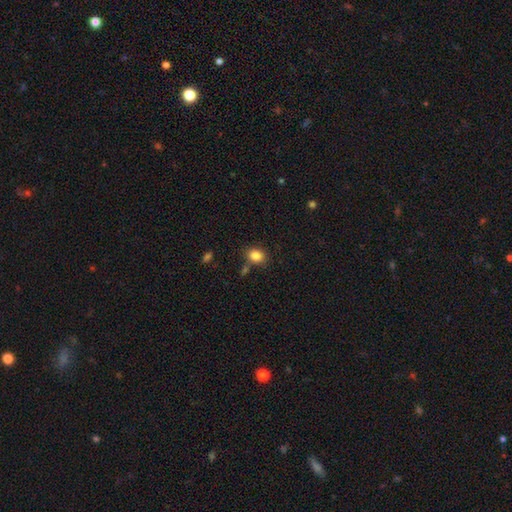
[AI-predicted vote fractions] Q: Smooth or featured?
A: smooth (85%); runner-up: star or artifact (10%)
Q: How rounded?
A: in between (53%); runner-up: round (46%)
Q: Merging?
A: none (76%); runner-up: minor disturbance (13%)